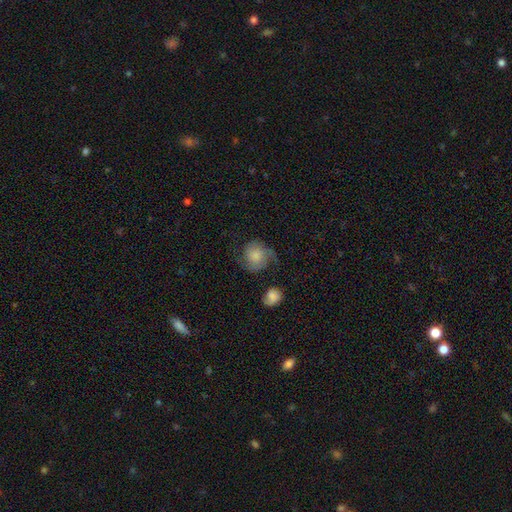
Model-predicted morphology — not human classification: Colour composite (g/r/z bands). It shows a featured or disk galaxy (49%). Merging: none (55%).